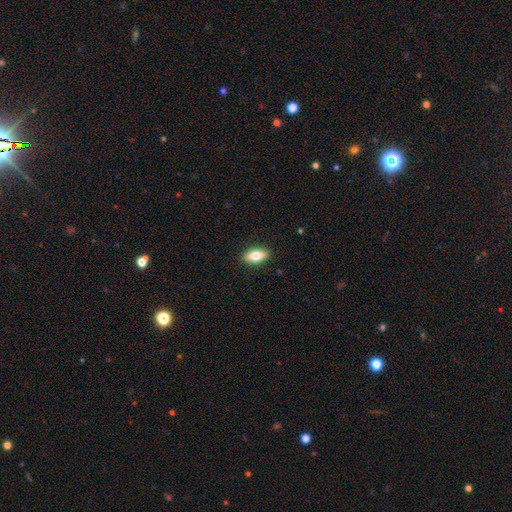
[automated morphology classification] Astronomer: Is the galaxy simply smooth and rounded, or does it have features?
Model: smooth — 70%.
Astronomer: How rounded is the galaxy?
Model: in between — 81%.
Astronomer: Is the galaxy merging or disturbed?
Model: none — 89%.